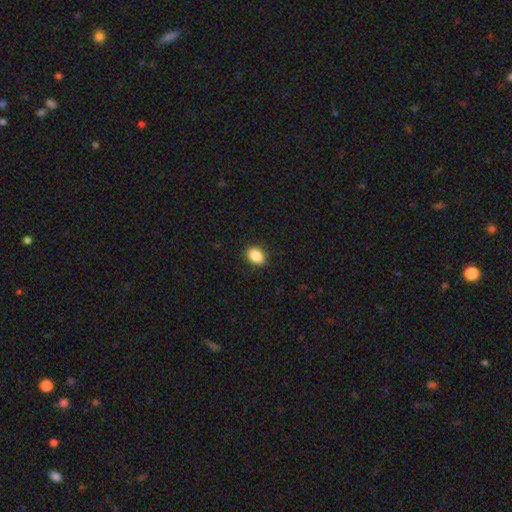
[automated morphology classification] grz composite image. It shows a smooth galaxy with no disk features (88%) that is in between round and cigar-shaped (75%). Merging: none (89%).